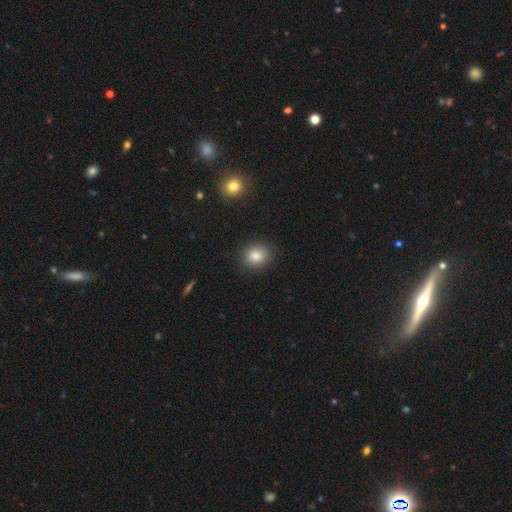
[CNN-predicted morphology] This is clearly a smooth galaxy (84%). How rounded: likely round (68%). Merging: clearly none (87%).